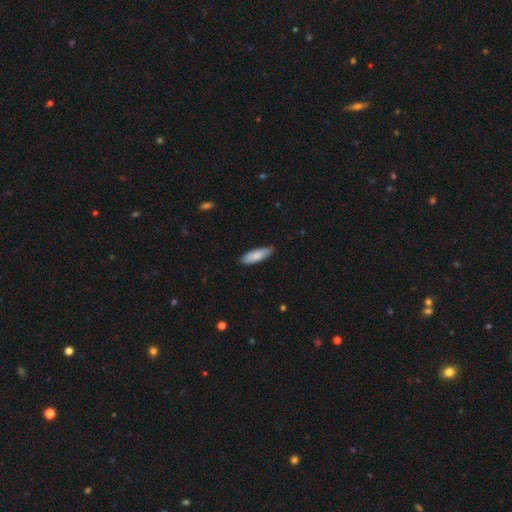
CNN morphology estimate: type=smooth (83%); roundness=in between (54%); merging=none (80%).